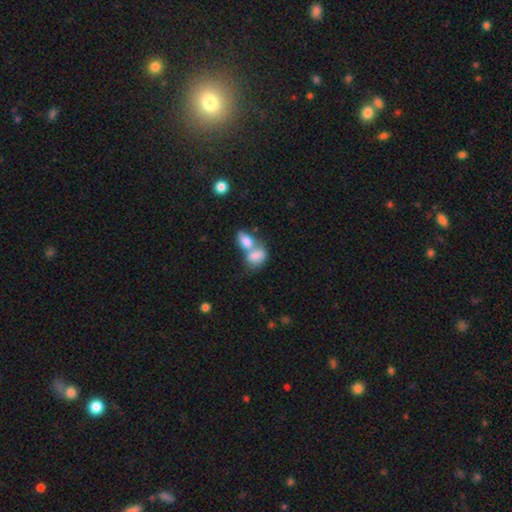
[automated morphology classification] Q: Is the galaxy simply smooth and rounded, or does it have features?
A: smooth — 78%.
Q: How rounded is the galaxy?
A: in between — 84%.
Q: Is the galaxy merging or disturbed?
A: merger — 73%.